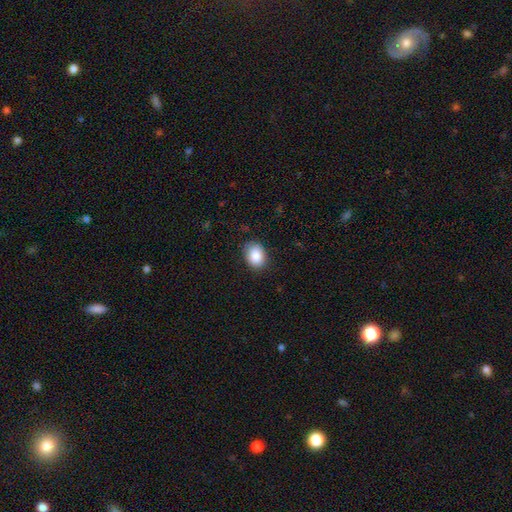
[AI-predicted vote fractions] The model was most divided on "how rounded": in between: 66%, round: 33%, cigar-shaped: 1%. More confident: smooth or featured — smooth (87%); merging — none (84%).